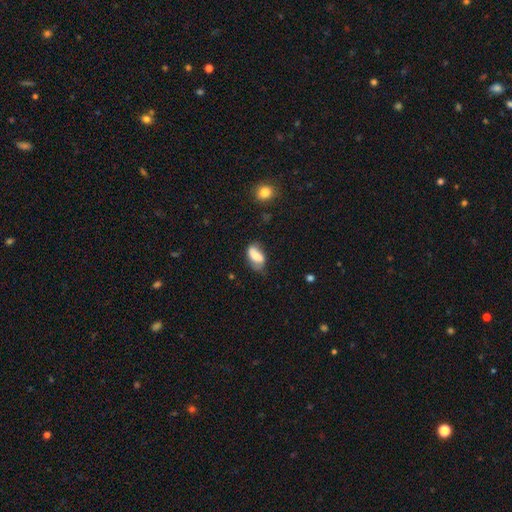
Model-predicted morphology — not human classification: Smooth or featured: smooth — 58% (featured or disk — 34%)
How rounded: in between — 88% (round — 6%)
Merging: none — 55% (minor disturbance — 30%)